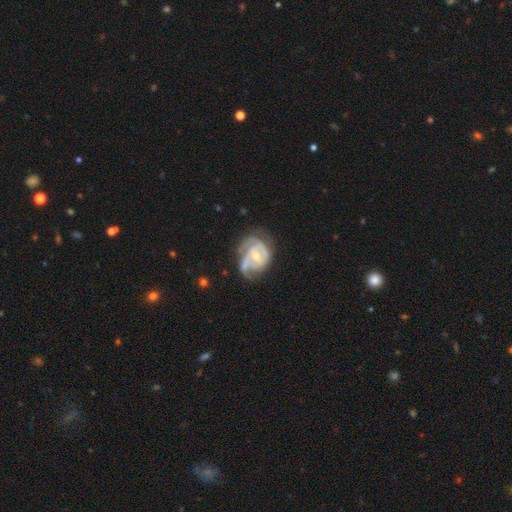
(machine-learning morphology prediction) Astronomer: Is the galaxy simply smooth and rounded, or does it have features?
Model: featured or disk — 83%.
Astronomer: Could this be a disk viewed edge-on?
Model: no — 98%.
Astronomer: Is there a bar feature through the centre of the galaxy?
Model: no — 52% (runner-up: weak, 39%).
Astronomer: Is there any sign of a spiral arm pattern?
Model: yes — 89%.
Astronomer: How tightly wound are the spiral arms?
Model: tight — 50% (runner-up: medium, 38%).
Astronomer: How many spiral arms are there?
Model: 2 — 39% (runner-up: can't tell, 25%).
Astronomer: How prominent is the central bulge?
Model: small — 51% (runner-up: moderate, 45%).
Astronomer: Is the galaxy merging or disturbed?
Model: none — 43% (runner-up: minor disturbance, 28%).